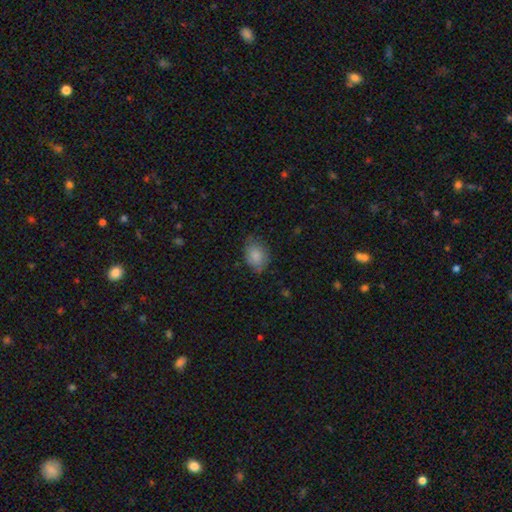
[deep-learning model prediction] Q: Smooth or featured?
A: smooth (84%); runner-up: featured or disk (8%)
Q: How rounded?
A: in between (75%); runner-up: round (24%)
Q: Merging?
A: none (68%); runner-up: minor disturbance (25%)